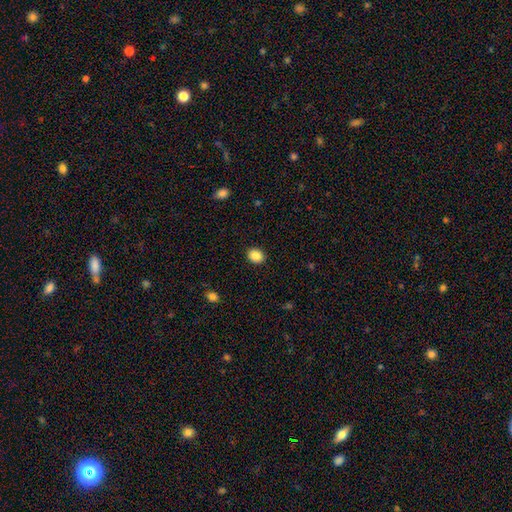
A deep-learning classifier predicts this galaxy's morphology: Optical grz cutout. It shows a smooth galaxy with no disk features (88%) that is round (56%). Merging: none (91%).